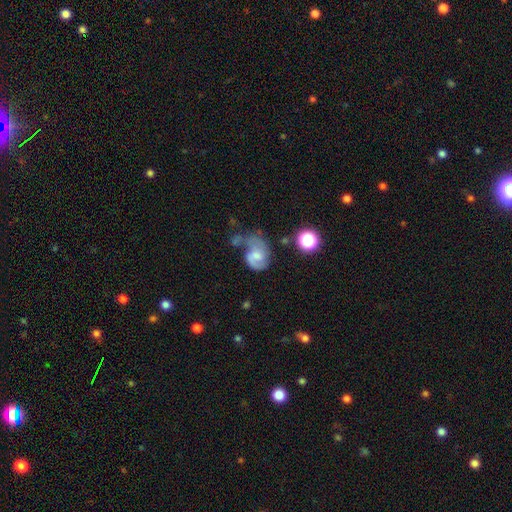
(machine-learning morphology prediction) Overall: featured or disk (59%; smooth 32%). Edge-on disk: no (98%). Bar: weak (48%; no 41%). Spiral arms: yes (83%). Bulge size: moderate (40%; small 34%). Merging: major disturbance (32%; none 30%).